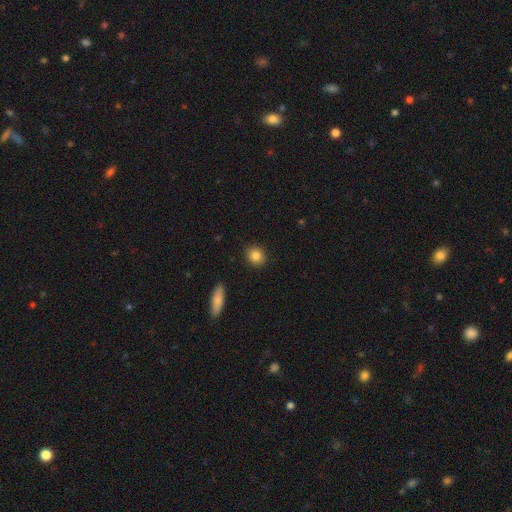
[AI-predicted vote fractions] This is clearly a smooth galaxy (84%). How rounded: likely round (76%). Merging: clearly none (91%).